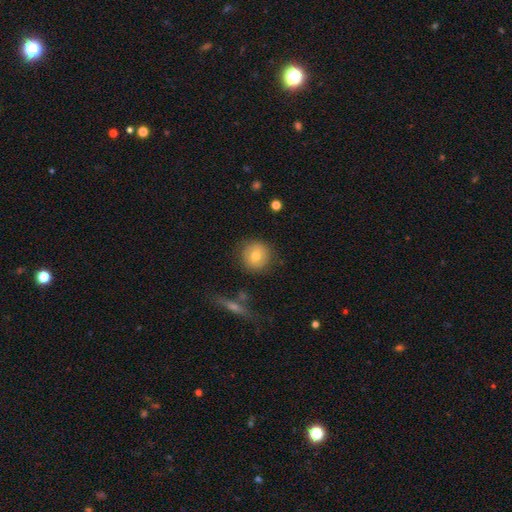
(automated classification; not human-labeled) Morphology: type=smooth (71%); roundness=round (91%); merging=none (84%).